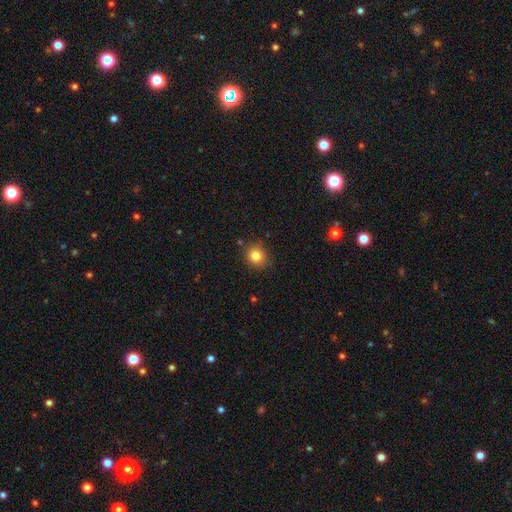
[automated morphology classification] type=smooth (82%); roundness=round (84%); merging=none (86%).